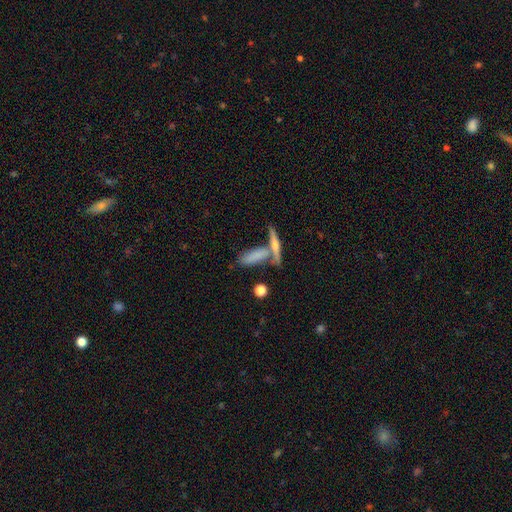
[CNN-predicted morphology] Smooth or featured?
  - smooth: 67% *
  - featured or disk: 25%
  - star or artifact: 8%
How rounded?
  - cigar-shaped: 49% *
  - in between: 48%
  - round: 4%
Merging?
  - none: 49% *
  - merger: 34%
  - minor disturbance: 12%
  - major disturbance: 5%